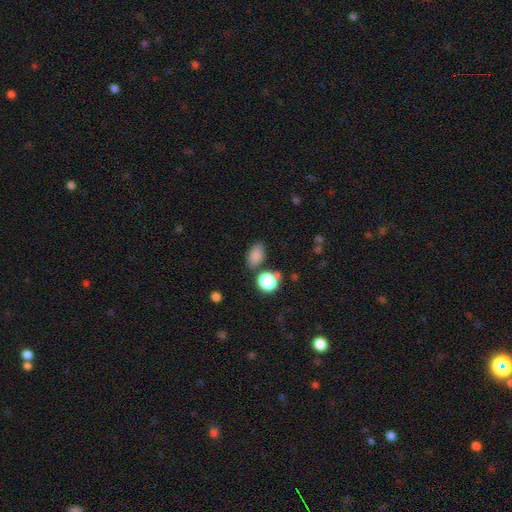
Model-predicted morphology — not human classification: The model was most divided on "merging": none: 74%, minor disturbance: 14%, merger: 8%, major disturbance: 4%. More confident: how rounded — in between (84%); smooth or featured — smooth (82%).